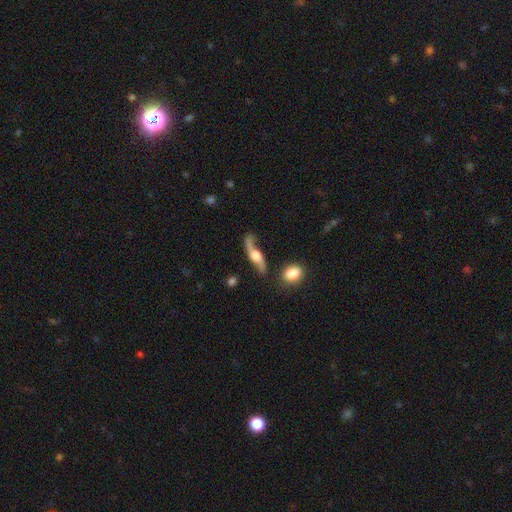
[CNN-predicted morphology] Smooth or featured?
  - featured or disk: 77% *
  - smooth: 17%
  - star or artifact: 6%
Edge-on disk?
  - no: 68% *
  - yes: 32%
Bar?
  - no: 64% *
  - weak: 27%
  - strong: 9%
Spiral arms?
  - yes: 92% *
  - no: 8%
Bulge size?
  - moderate: 45% *
  - large: 35%
  - small: 10%
  - dominant: 5%
  - none: 4%
Merging?
  - none: 63% *
  - minor disturbance: 19%
  - major disturbance: 11%
  - merger: 6%